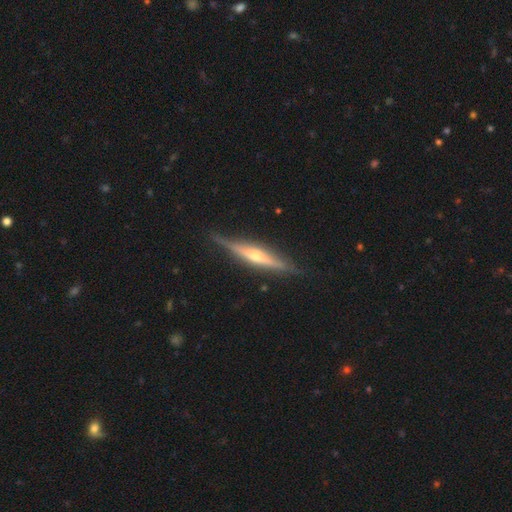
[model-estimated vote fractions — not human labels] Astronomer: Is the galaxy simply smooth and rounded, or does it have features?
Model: featured or disk — 75%.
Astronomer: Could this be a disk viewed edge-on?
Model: yes — 97%.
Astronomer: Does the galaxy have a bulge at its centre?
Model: rounded — 78%.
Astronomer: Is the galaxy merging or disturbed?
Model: none — 85%.